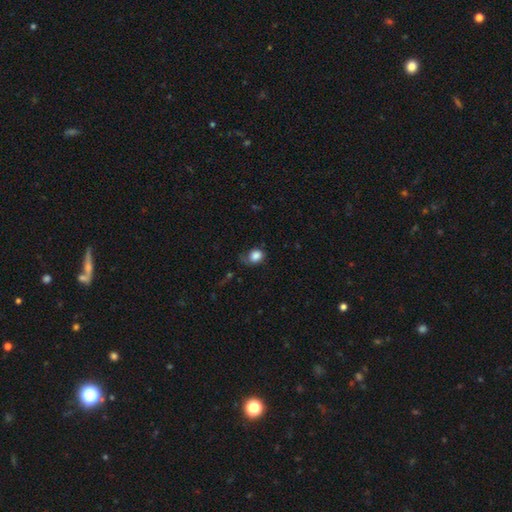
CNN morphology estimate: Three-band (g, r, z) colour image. It shows a smooth galaxy with no disk features (83%) that is round (50%). Merging: none (43%).